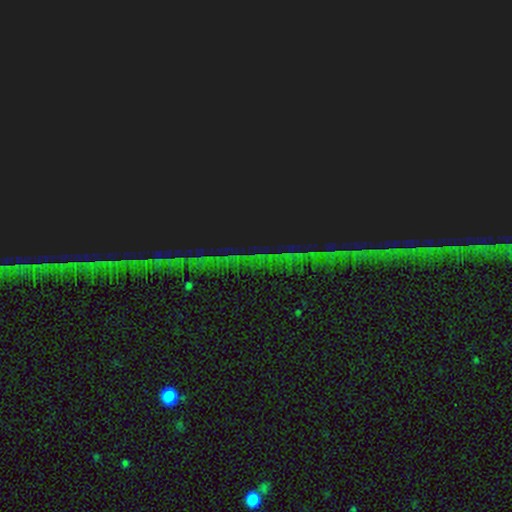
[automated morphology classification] Smooth or featured? Predicted: star or artifact (p=0.86).